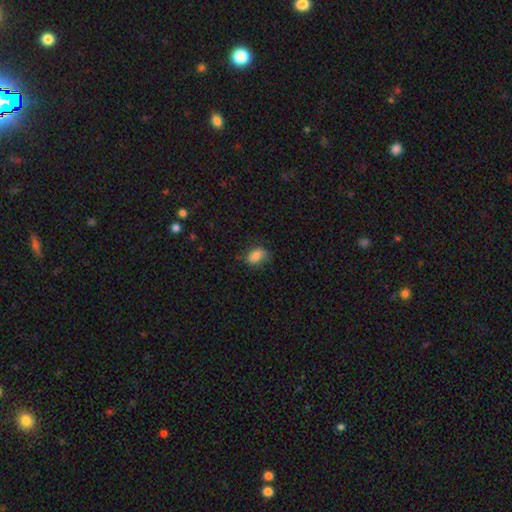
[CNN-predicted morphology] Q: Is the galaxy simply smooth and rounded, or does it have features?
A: smooth — 80%.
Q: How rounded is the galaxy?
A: in between — 85%.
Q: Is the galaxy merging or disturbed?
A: none — 66%.